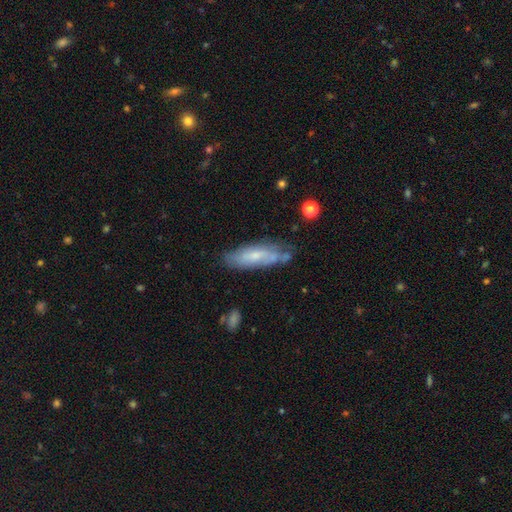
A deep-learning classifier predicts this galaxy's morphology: smooth-or-featured: smooth: 49% | featured or disk: 43% | star or artifact: 8%
  merging: none: 64% | minor disturbance: 24% | major disturbance: 7% | merger: 5%